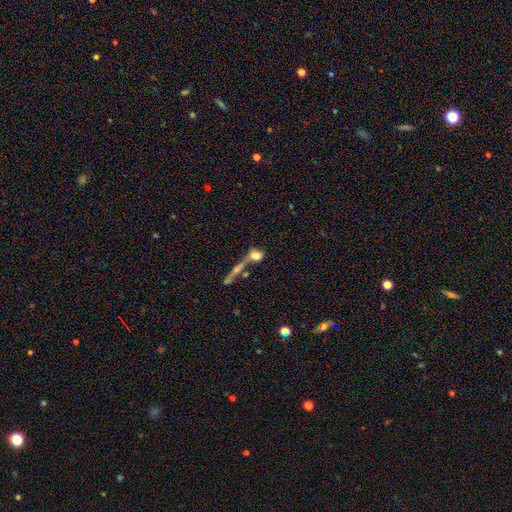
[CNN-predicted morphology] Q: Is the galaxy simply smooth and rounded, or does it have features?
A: smooth — 63%.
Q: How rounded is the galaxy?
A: round — 47%.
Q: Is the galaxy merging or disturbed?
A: merger — 41%.